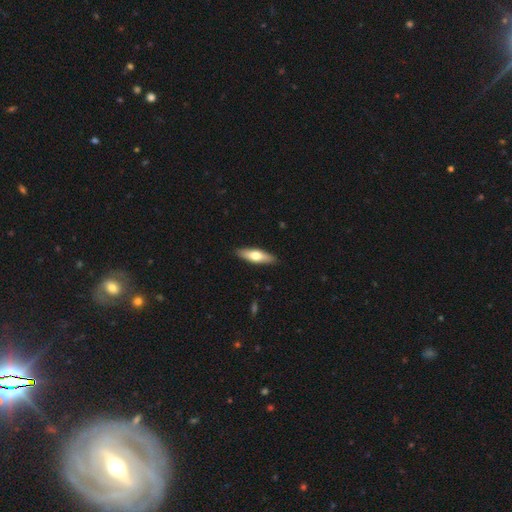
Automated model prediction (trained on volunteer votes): Morphology: type=smooth (61%); roundness=cigar-shaped (55%); merging=none (90%).